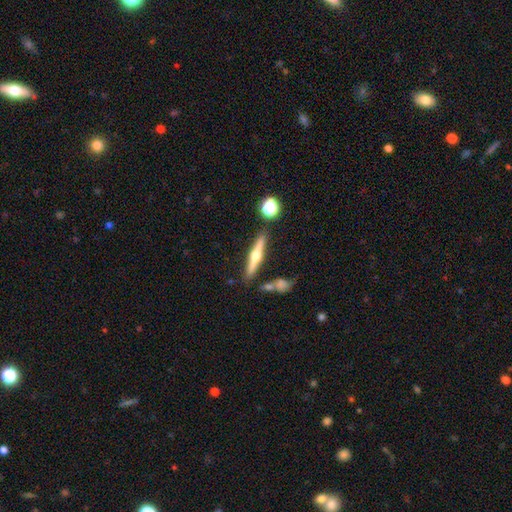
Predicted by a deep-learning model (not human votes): smooth-or-featured: featured or disk: 67% | smooth: 27% | star or artifact: 6%
  disk-edge-on: yes: 97% | no: 3%
    edge-on-bulge: rounded: 94% | none: 3% | boxy: 2%
  merging: none: 83% | minor disturbance: 9% | merger: 6% | major disturbance: 2%